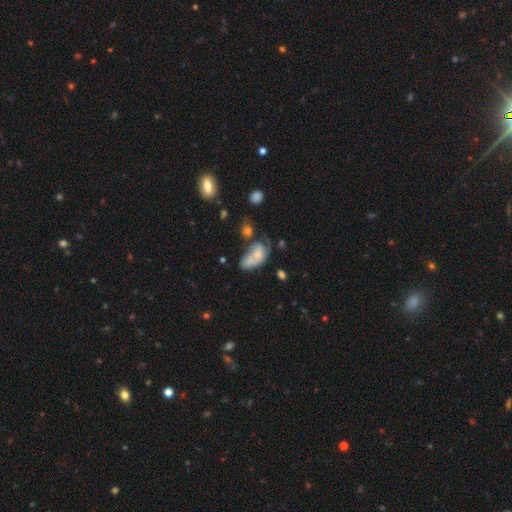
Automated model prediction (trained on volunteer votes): smooth 58%, featured or disk 33%, star or artifact 9%. Down the decision tree: how rounded — in between (89%); merging — merger (33%).